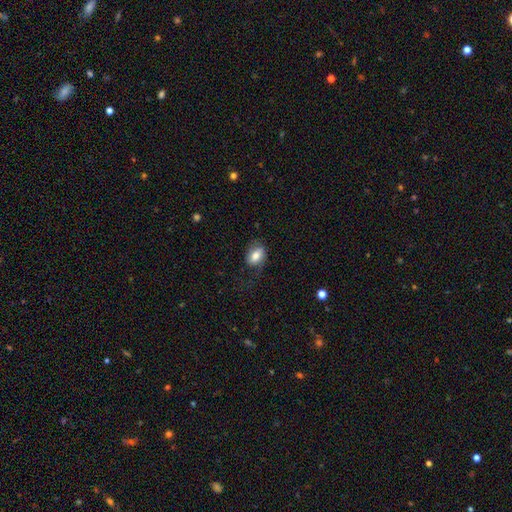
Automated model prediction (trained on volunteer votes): Overall: smooth (72%). How rounded: in between (82%). Merging: none (58%; minor disturbance 23%).